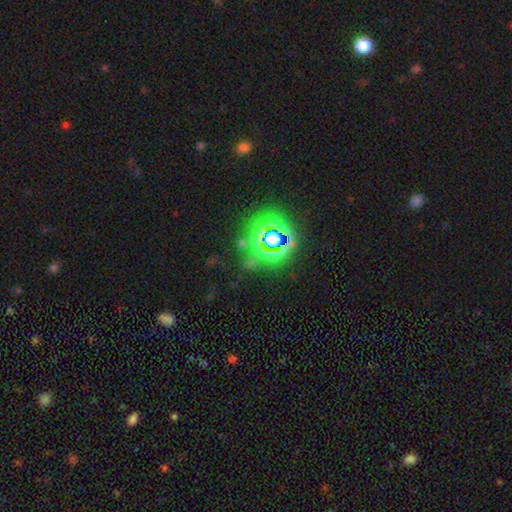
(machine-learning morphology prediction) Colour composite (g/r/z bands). It shows a star or artifact, not a galaxy (73%).